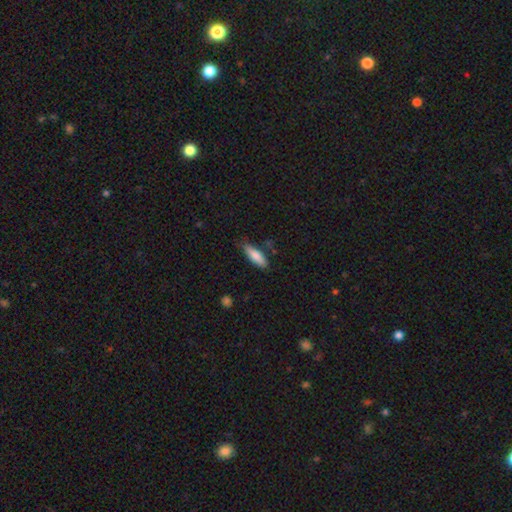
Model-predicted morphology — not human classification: smooth-or-featured: smooth: 82% | featured or disk: 12% | star or artifact: 6%
  how-rounded: cigar-shaped: 51% | in between: 48% | round: 2%
  merging: none: 76% | minor disturbance: 18% | major disturbance: 3% | merger: 3%